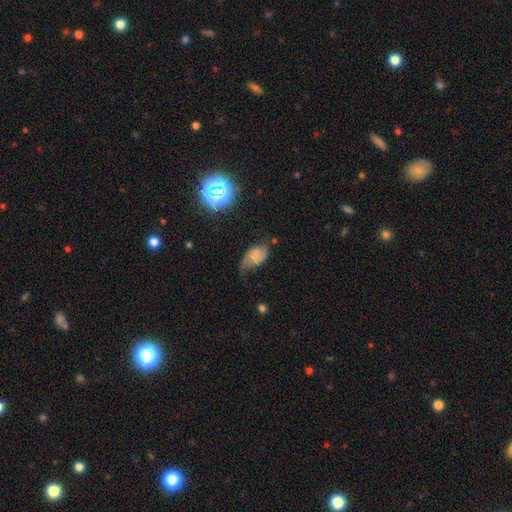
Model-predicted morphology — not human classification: The model was most divided on "spiral winding" (2-way tie): medium: 41%, loose: 41%, tight: 18%. Remaining: edge-on disk — no (96%); spiral arms — yes (92%); spiral arm count — 2 (87%); smooth or featured — featured or disk (61%); merging — none (57%); bar — no (50%); bulge size — none (49%).